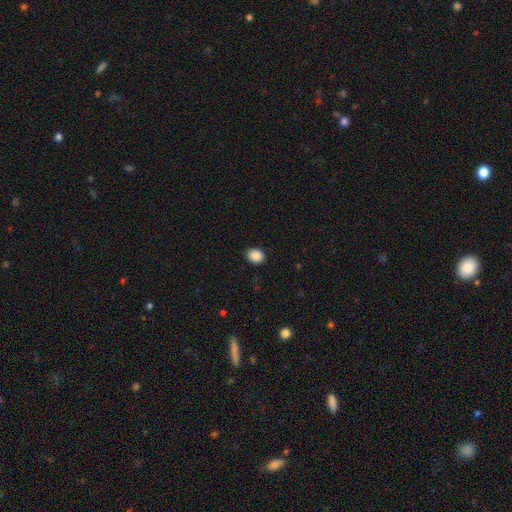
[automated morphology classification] This appears to be a smooth galaxy with no disk features (89%) that is round (56%). Merging: none (90%).